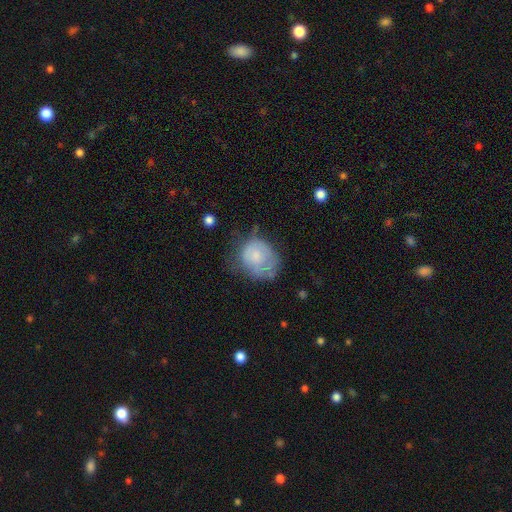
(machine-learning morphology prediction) This appears to be a smooth galaxy with no disk features (57%) that is round (60%). Merging: none (43%).